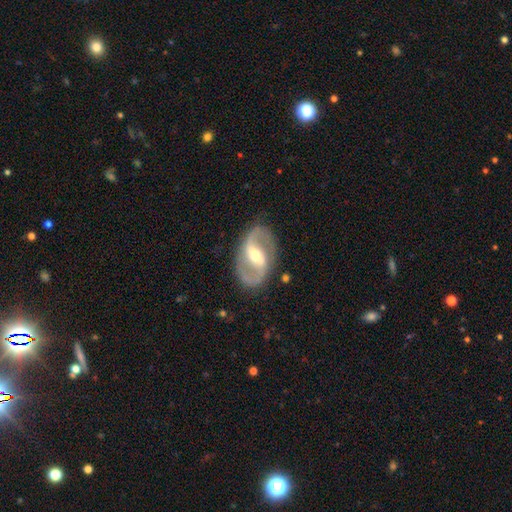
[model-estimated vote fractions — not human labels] This is clearly a featured or disk galaxy (89%). It is clearly not viewed edge-on (97%). Bar: possibly strong (46%). Spiral arm pattern: clearly yes (93%). Spiral arm count: clearly 2 (93%). Spiral winding: possibly medium (51%). Central bulge: possibly moderate (55%). Merging: clearly none (86%).